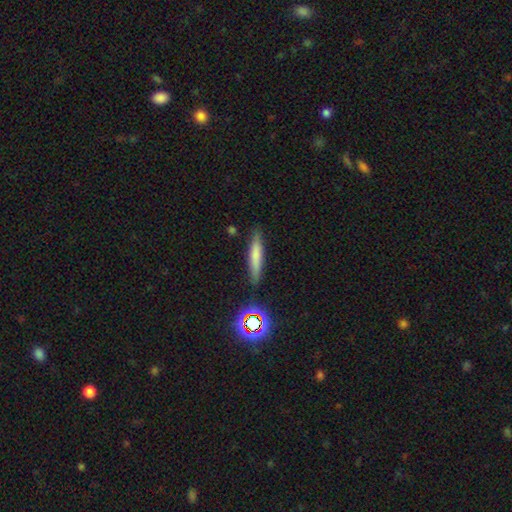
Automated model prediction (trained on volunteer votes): This appears to be a smooth galaxy with no disk features (68%) that is cigar-shaped (87%). Merging: none (82%).